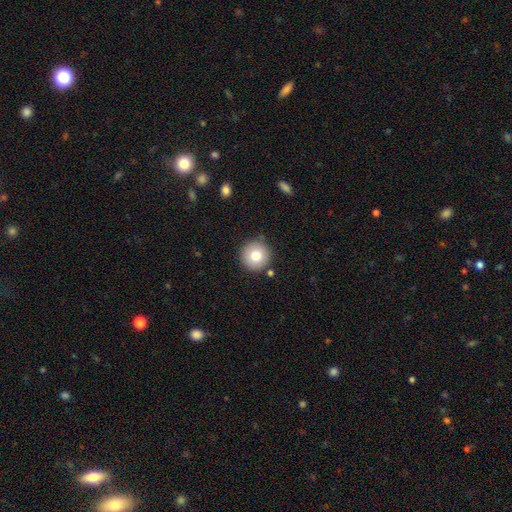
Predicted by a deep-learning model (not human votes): Overall: smooth (78%). How rounded: round (96%). Merging: none (85%).